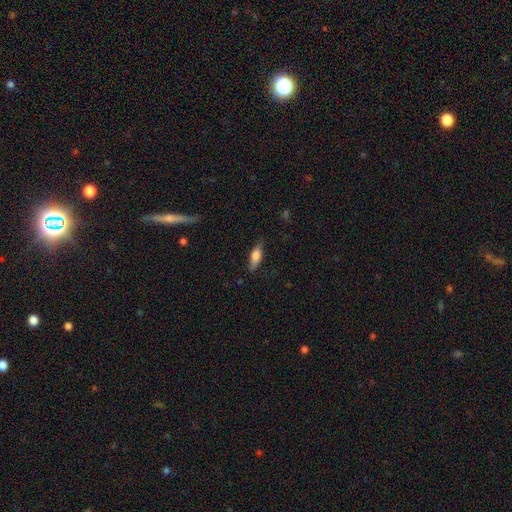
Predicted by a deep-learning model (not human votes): Smooth or featured? smooth (65%)
How rounded? in between (62%)
Merging? none (76%)